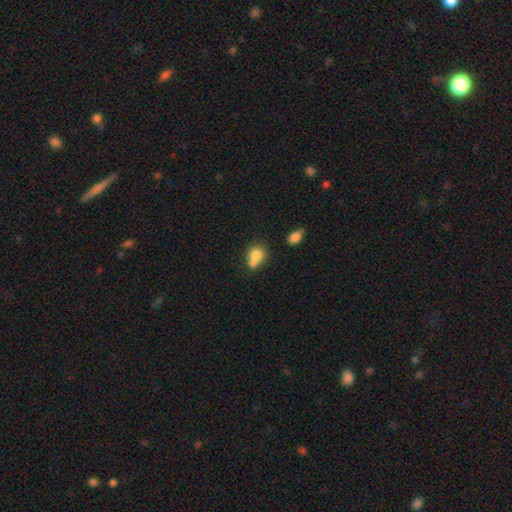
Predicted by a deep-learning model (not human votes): Smooth or featured: smooth — 76% (featured or disk — 14%)
How rounded: round — 57% (in between — 41%)
Merging: merger — 49% (none — 33%)